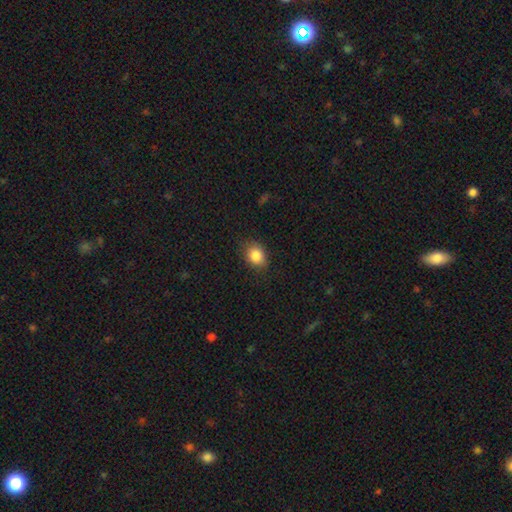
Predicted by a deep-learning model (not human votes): smooth 85%, star or artifact 9%, featured or disk 6%. Down the decision tree: how rounded — in between (58%); merging — none (81%).